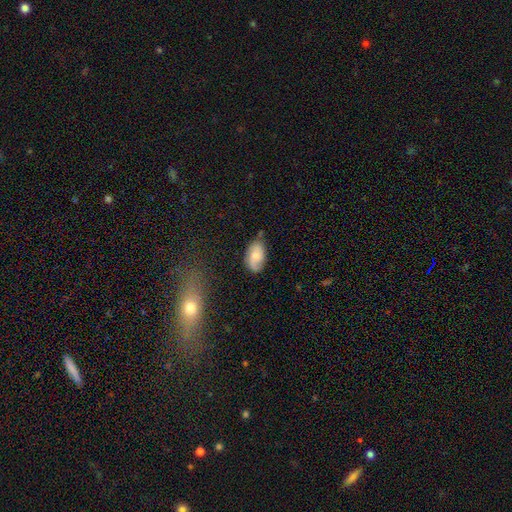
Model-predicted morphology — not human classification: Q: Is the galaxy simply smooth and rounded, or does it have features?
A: smooth — 47%.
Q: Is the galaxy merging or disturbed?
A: none — 66%.